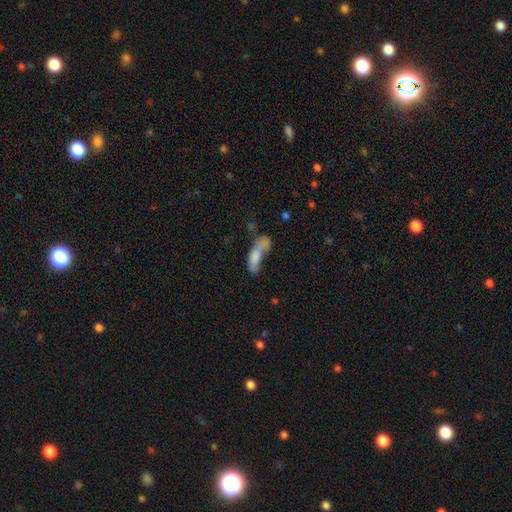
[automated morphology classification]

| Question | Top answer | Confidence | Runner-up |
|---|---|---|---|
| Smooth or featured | smooth | 70% | featured or disk (21%) |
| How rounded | in between | 55% | cigar-shaped (41%) |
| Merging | merger | 39% | major disturbance (24%) |